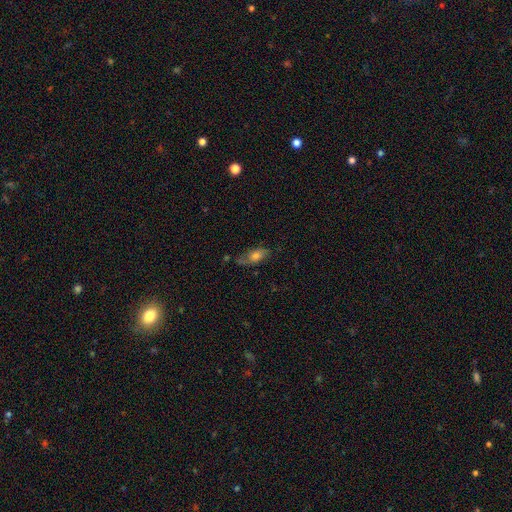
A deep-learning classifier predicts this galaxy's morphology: This appears to be a smooth galaxy with no disk features (54%) that is in between round and cigar-shaped (81%). Merging: none (62%).